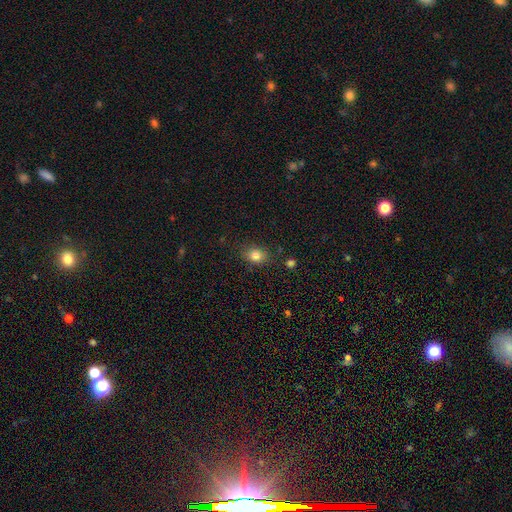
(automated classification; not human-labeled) smooth_or_featured: smooth (p=0.83) [alt: star or artifact p=0.11]
how_rounded: in between (p=0.58) [alt: round p=0.41]
merging: none (p=0.80) [alt: minor disturbance p=0.14]